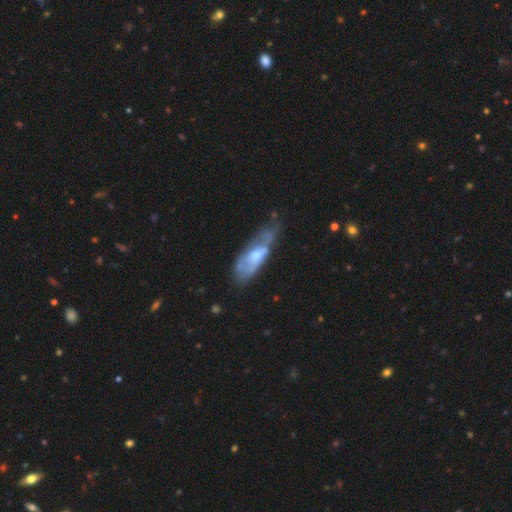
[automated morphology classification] type=featured or disk (54%); edge-on=no (77%); merging=none (39%).